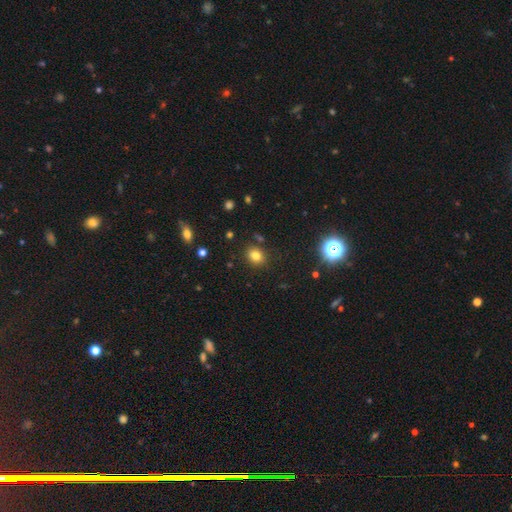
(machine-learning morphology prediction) Smooth or featured? Predicted: smooth (p=0.78). How rounded? Predicted: round (p=0.61). Merging? Predicted: none (p=0.84).